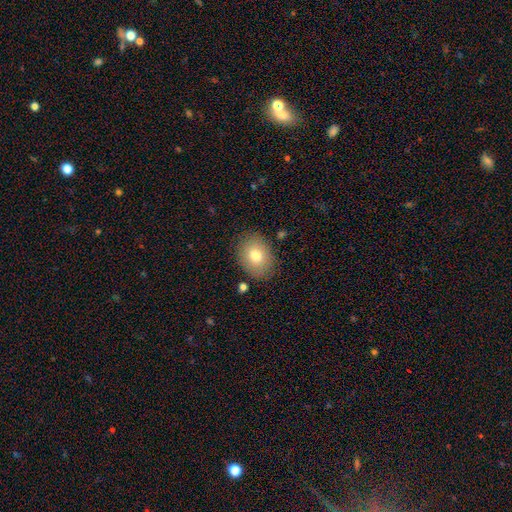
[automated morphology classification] Smooth or featured? smooth (76%)
How rounded? in between (67%)
Merging? none (84%)